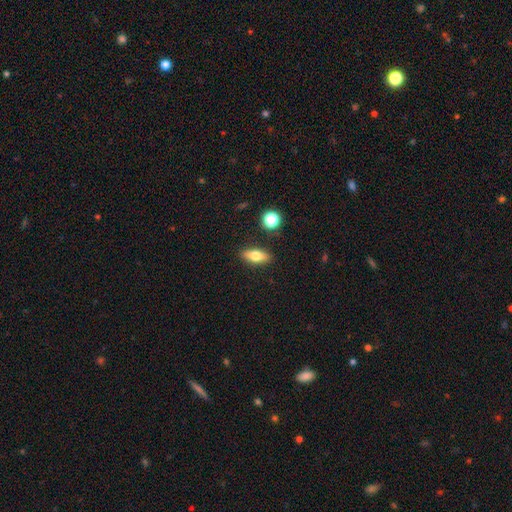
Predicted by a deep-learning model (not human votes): smooth 68%, featured or disk 24%, star or artifact 8%. Down the decision tree: how rounded — in between (69%); merging — none (87%).